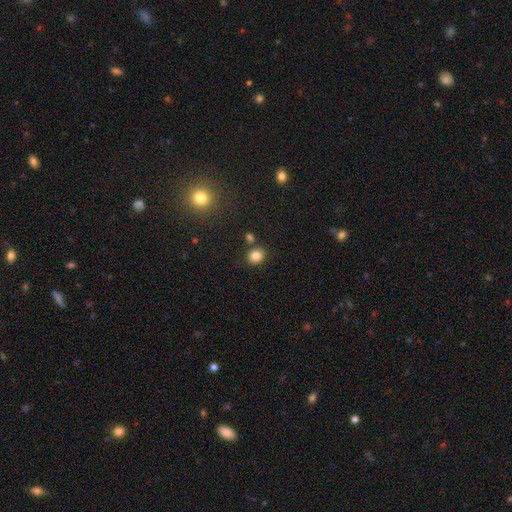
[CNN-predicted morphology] A smooth galaxy with no disk features (84%) that is round (66%).

Vote fractions:
- Smooth or featured? smooth: 84% / star or artifact: 11% / featured or disk: 5%
- How rounded? round: 66% / in between: 33% / cigar-shaped: 1%
- Merging? none: 76% / merger: 10% / minor disturbance: 10% / major disturbance: 3%